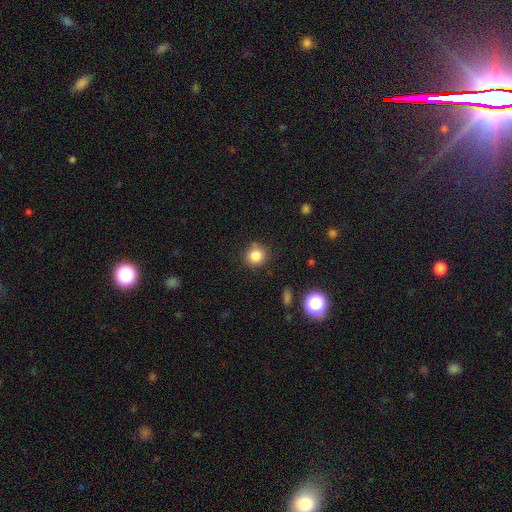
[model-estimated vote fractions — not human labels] This appears to be a smooth galaxy with no disk features (84%) that is round (91%). Merging: none (82%).